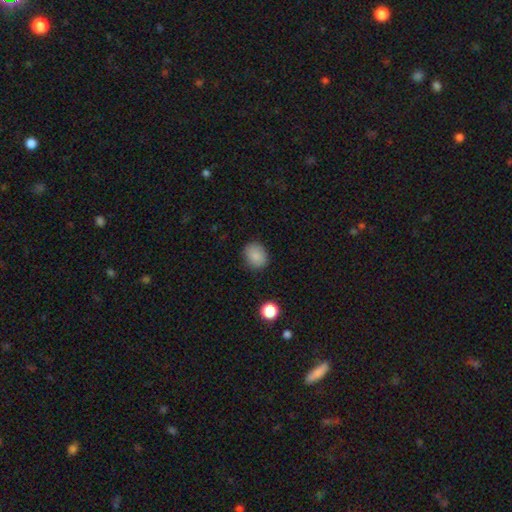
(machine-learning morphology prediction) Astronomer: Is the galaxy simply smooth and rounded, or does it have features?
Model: smooth — 86%.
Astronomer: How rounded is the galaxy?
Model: round — 57% (runner-up: in between, 42%).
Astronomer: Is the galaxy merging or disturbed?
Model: none — 86%.